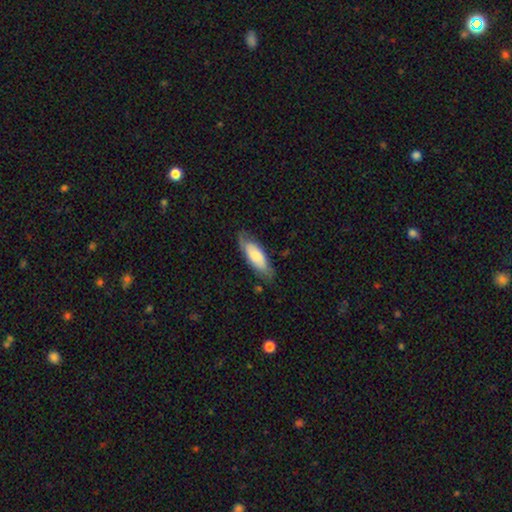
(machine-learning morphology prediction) smooth-or-featured: smooth: 64% | featured or disk: 31% | star or artifact: 6%
  how-rounded: in between: 67% | cigar-shaped: 31% | round: 2%
  merging: none: 72% | minor disturbance: 22% | major disturbance: 5% | merger: 2%